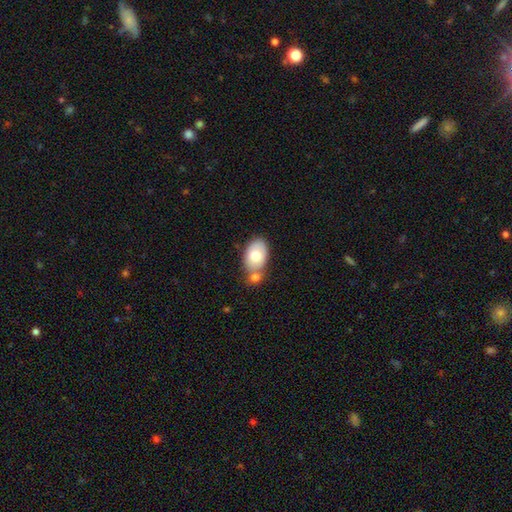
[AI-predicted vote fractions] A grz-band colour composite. It shows a smooth galaxy with no disk features (74%) that is in between round and cigar-shaped (88%). Merging: none (43%).